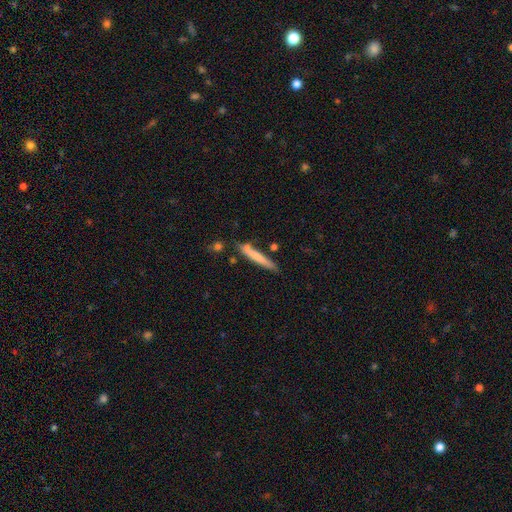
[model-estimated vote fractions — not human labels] Smooth or featured? Predicted: smooth (p=0.69). How rounded? Predicted: cigar-shaped (p=0.95). Merging? Predicted: none (p=0.76).